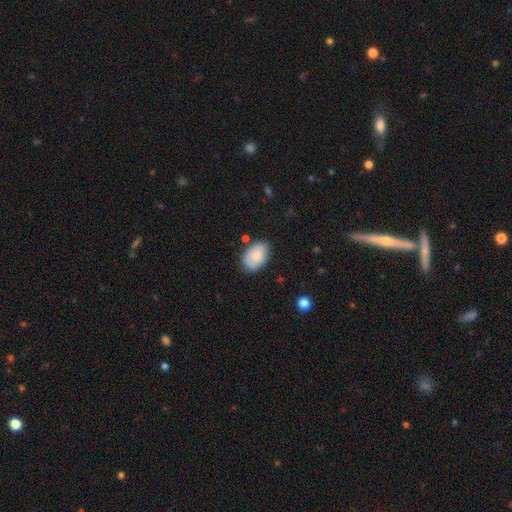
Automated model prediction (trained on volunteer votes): This is clearly a smooth galaxy (80%). How rounded: clearly in between (85%). Merging: likely none (73%).